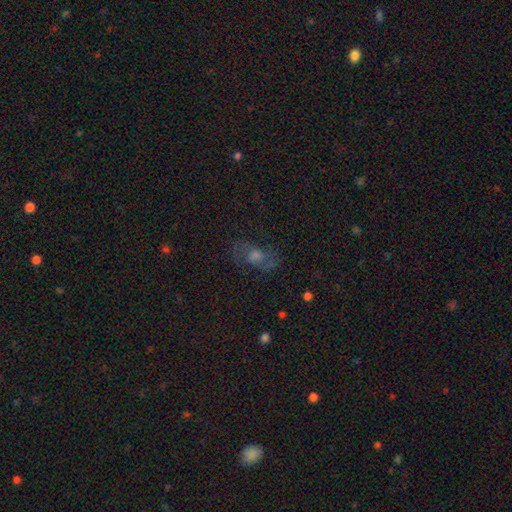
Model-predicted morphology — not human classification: smooth_or_featured: featured or disk (p=0.53) [alt: smooth p=0.25]
disk_edge_on: no (p=0.88) [alt: yes p=0.12]
merging: none (p=0.75) [alt: minor disturbance p=0.15]